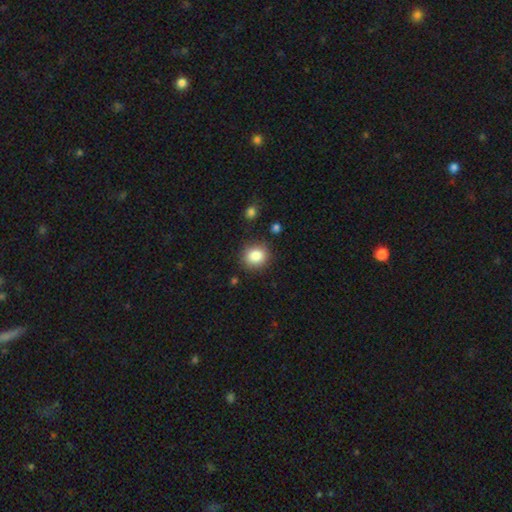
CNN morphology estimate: The model was most divided on "how rounded": round: 77%, in between: 22%, cigar-shaped: 1%. More confident: smooth or featured — smooth (86%); merging — none (86%).